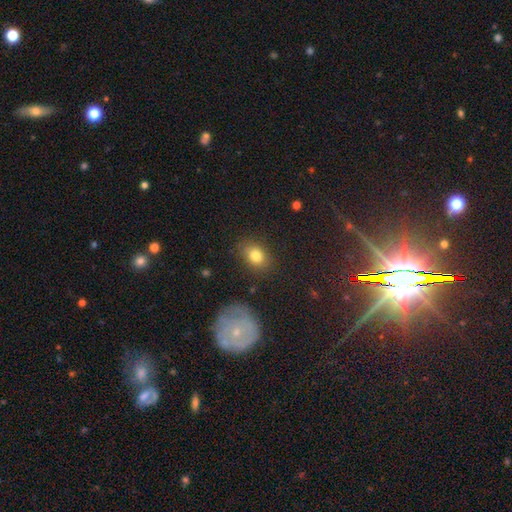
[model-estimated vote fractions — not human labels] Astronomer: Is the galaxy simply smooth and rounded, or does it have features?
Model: smooth — 81%.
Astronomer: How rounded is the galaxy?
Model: in between — 63%.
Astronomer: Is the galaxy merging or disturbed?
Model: none — 82%.